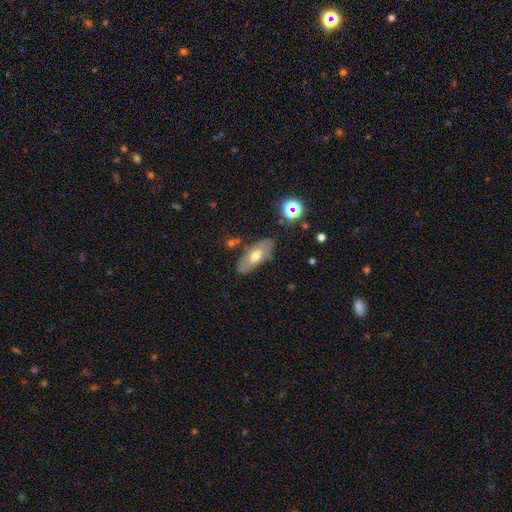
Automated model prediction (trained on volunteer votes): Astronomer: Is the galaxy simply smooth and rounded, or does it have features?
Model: smooth — 50% (runner-up: featured or disk, 42%).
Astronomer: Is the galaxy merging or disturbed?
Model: none — 74%.